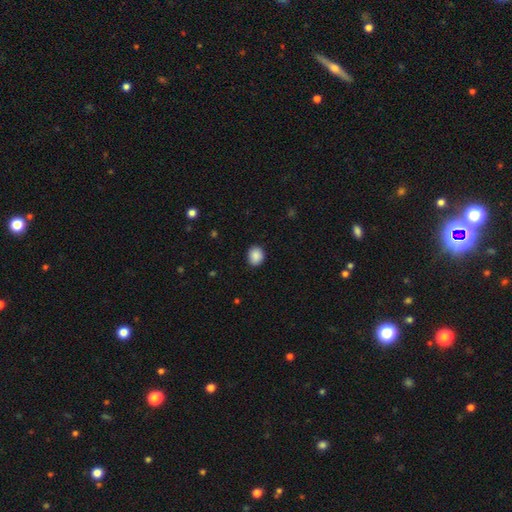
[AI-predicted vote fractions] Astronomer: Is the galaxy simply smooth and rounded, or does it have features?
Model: smooth — 89%.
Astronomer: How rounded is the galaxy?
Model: round — 65%.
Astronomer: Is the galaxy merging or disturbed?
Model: none — 89%.